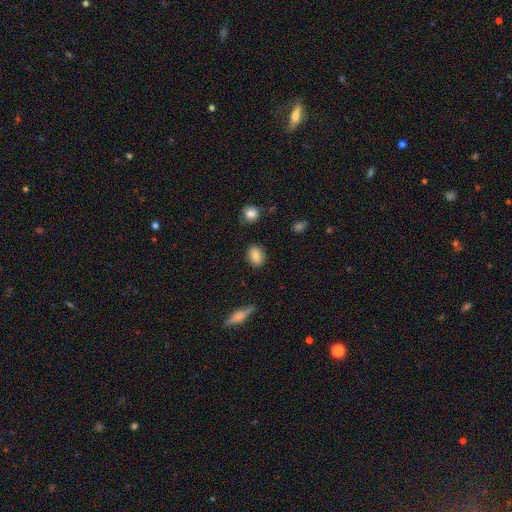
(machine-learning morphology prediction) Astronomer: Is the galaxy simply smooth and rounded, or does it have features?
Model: smooth — 81%.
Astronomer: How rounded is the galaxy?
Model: in between — 70%.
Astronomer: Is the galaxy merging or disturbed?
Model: none — 86%.